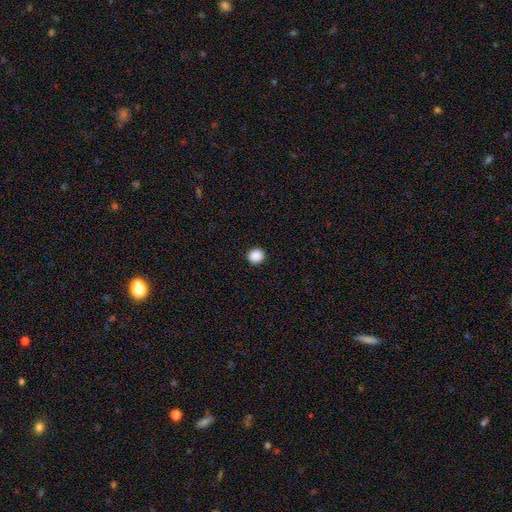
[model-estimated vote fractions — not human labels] A smooth galaxy with no disk features (89%) that is round (89%).

Vote fractions:
- Smooth or featured? smooth: 89% / star or artifact: 9% / featured or disk: 2%
- How rounded? round: 89% / in between: 10% / cigar-shaped: 1%
- Merging? none: 93% / minor disturbance: 4% / major disturbance: 2% / merger: 1%